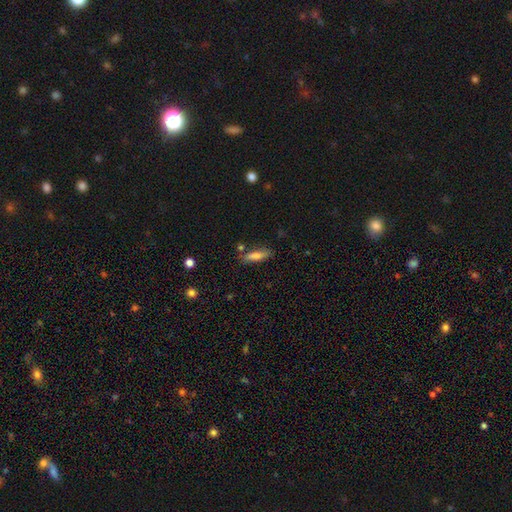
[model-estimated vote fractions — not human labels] The model was most divided on "how rounded": cigar-shaped: 59%, in between: 39%, round: 2%. More confident: merging — none (76%); smooth or featured — smooth (74%).